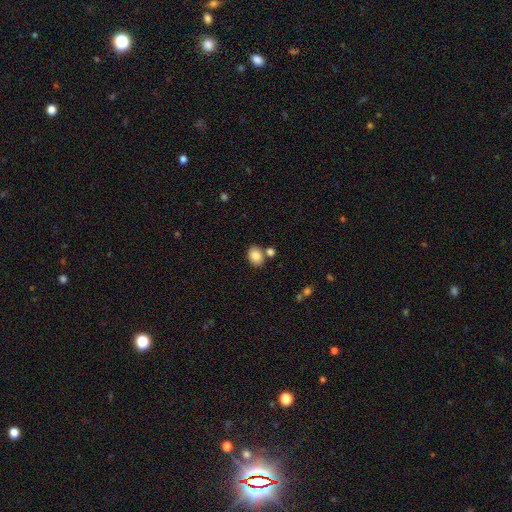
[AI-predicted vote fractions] A smooth galaxy with no disk features (85%) that is in between round and cigar-shaped (65%).

Vote fractions:
- Smooth or featured? smooth: 85% / star or artifact: 9% / featured or disk: 7%
- How rounded? in between: 65% / round: 34% / cigar-shaped: 1%
- Merging? none: 70% / merger: 16% / minor disturbance: 11% / major disturbance: 3%